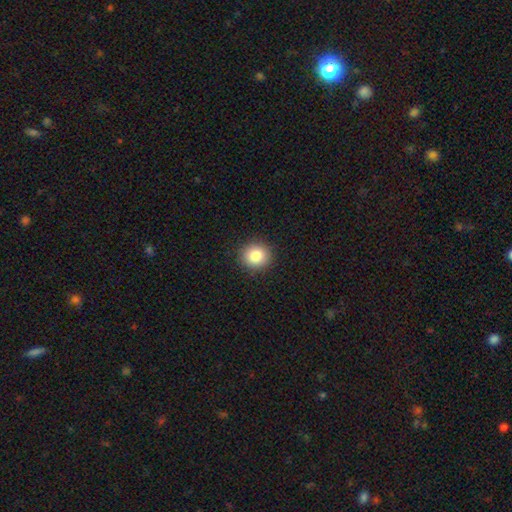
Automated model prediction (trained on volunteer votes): A smooth galaxy with no disk features (85%) that is round (89%).

Vote fractions:
- Smooth or featured? smooth: 85% / star or artifact: 10% / featured or disk: 6%
- How rounded? round: 89% / in between: 10% / cigar-shaped: 1%
- Merging? none: 91% / minor disturbance: 6% / major disturbance: 2% / merger: 1%